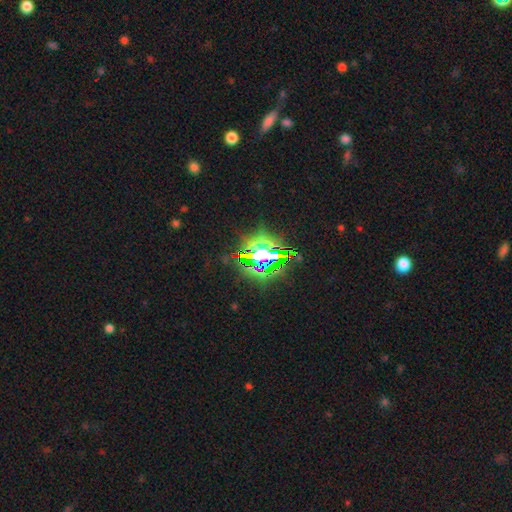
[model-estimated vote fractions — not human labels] Q: Smooth or featured?
A: star or artifact (80%); runner-up: smooth (10%)